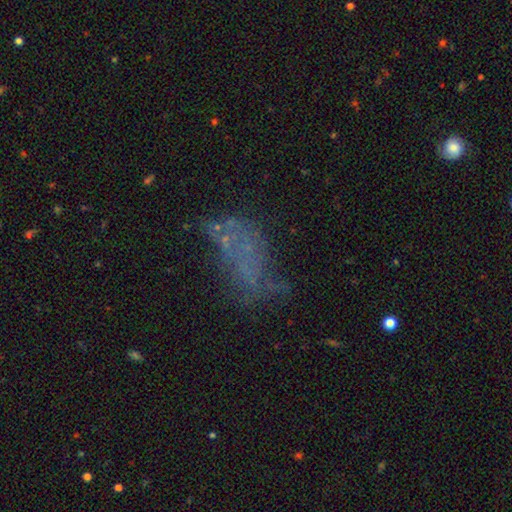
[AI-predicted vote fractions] Smooth or featured? Predicted: featured or disk (p=0.40). Merging? Predicted: none (p=0.40).